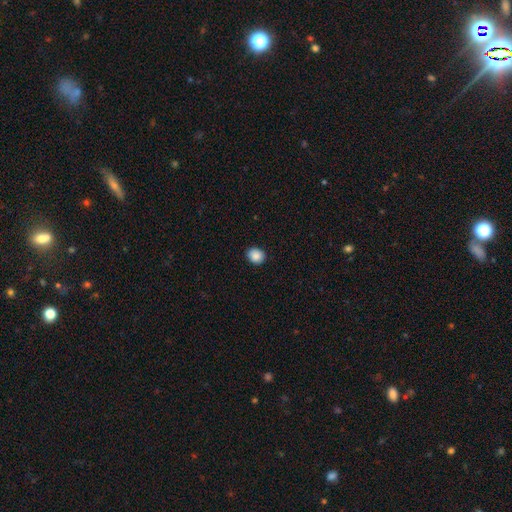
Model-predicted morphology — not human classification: smooth-or-featured: smooth: 89% | star or artifact: 8% | featured or disk: 3%
  how-rounded: round: 66% | in between: 33% | cigar-shaped: 1%
  merging: none: 90% | minor disturbance: 7% | major disturbance: 2% | merger: 1%